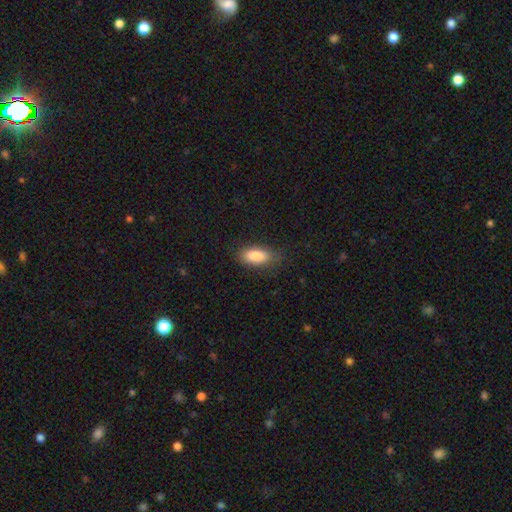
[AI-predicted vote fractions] This is clearly a smooth galaxy (87%). How rounded: clearly in between (84%). Merging: likely none (79%).